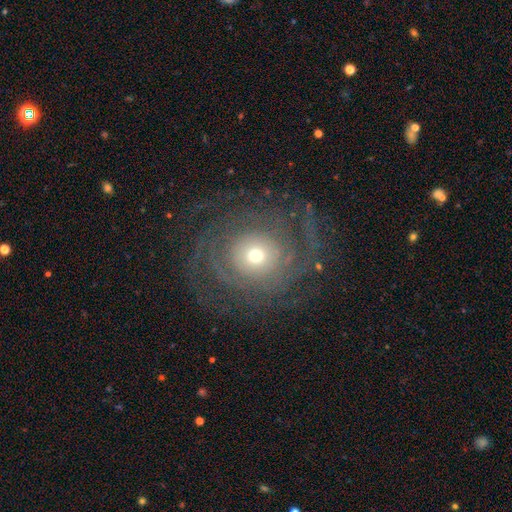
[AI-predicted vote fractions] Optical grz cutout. It shows a featured or disk galaxy (78%) with no bar (84%), tight (64%) spiral arms (88%) and a small central bulge (45%). Merging: none (71%).